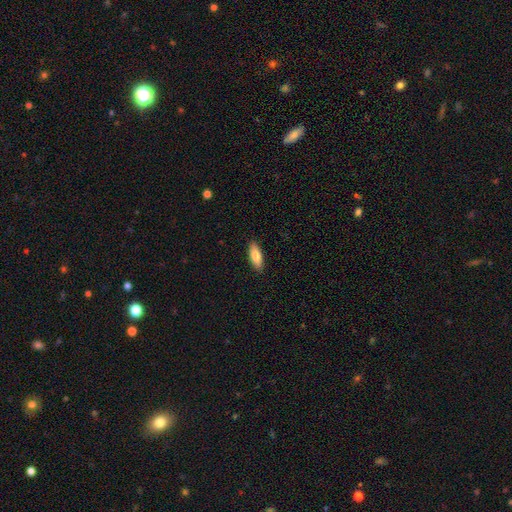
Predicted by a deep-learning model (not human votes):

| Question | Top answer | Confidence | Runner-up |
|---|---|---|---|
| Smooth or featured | smooth | 82% | featured or disk (12%) |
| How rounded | in between | 67% | cigar-shaped (31%) |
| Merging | none | 90% | minor disturbance (8%) |